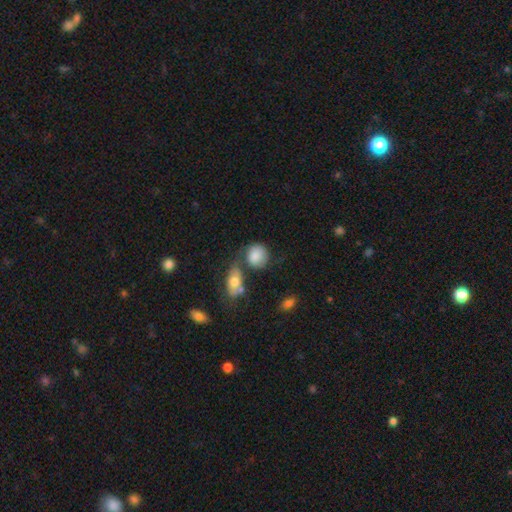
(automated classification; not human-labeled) Smooth or featured?
  - smooth: 82% *
  - featured or disk: 11%
  - star or artifact: 8%
How rounded?
  - round: 72% *
  - in between: 26%
  - cigar-shaped: 1%
Merging?
  - none: 47% *
  - merger: 22%
  - minor disturbance: 21%
  - major disturbance: 9%